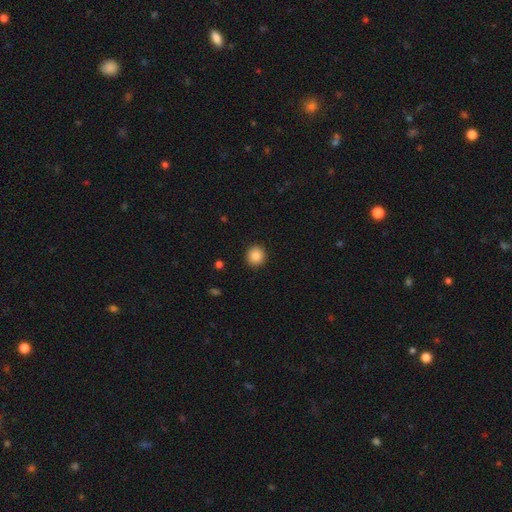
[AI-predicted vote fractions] Smooth or featured? smooth (86%)
How rounded? round (91%)
Merging? none (92%)